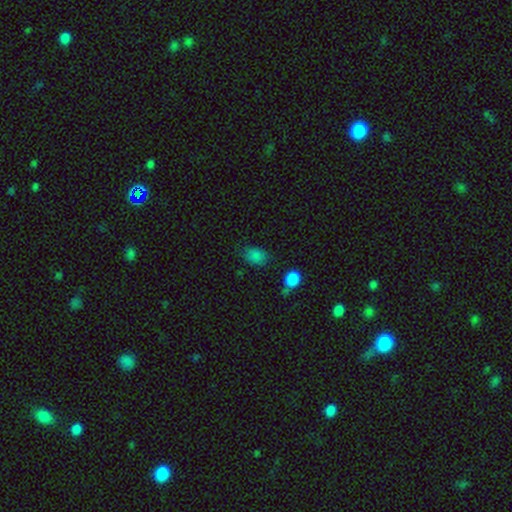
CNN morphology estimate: Smooth or featured? smooth (83%)
How rounded? in between (75%)
Merging? none (64%)